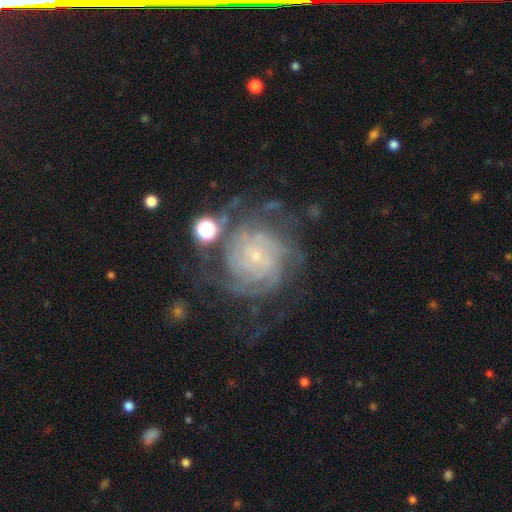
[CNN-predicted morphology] A featured or disk galaxy (85%) with no bar (75%), 4 (28%) tight (72%) spiral arms (96%) and a small central bulge (86%).

Vote fractions:
- Smooth or featured? featured or disk: 85% / star or artifact: 8% / smooth: 8%
- Edge-on disk? no: 98% / yes: 2%
- Bar? no: 75% / weak: 20% / strong: 5%
- Spiral arms? yes: 96% / no: 4%
- Spiral winding? tight: 72% / medium: 23% / loose: 6%
- Spiral arm count? 4: 28% / can't tell: 27% / more than 4: 16% / 3: 14% / 2: 9% / 1: 6%
- Bulge size? small: 86% / moderate: 8% / none: 4% / large: 1% / dominant: 1%
- Merging? none: 62% / minor disturbance: 18% / major disturbance: 14% / merger: 5%